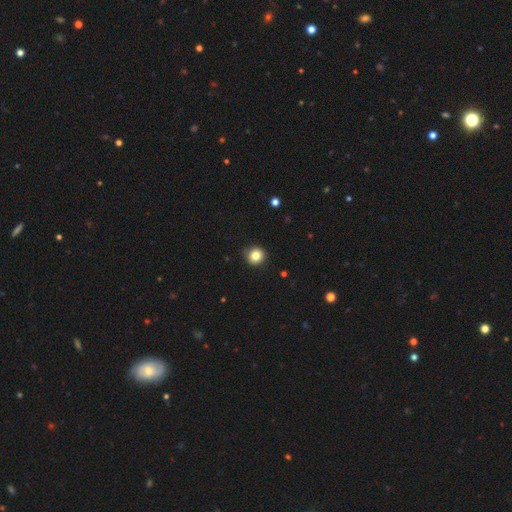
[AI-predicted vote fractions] Morphology: type=smooth (83%); roundness=round (92%); merging=none (91%).